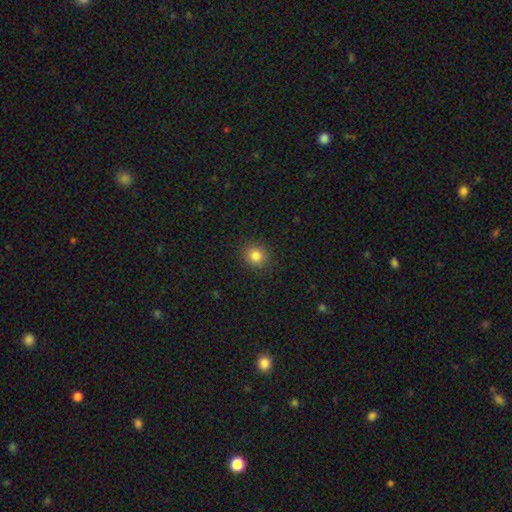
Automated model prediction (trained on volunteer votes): A smooth galaxy with no disk features (83%) that is round (82%).

Vote fractions:
- Smooth or featured? smooth: 83% / star or artifact: 12% / featured or disk: 5%
- How rounded? round: 82% / in between: 17% / cigar-shaped: 1%
- Merging? none: 90% / minor disturbance: 7% / major disturbance: 2% / merger: 1%